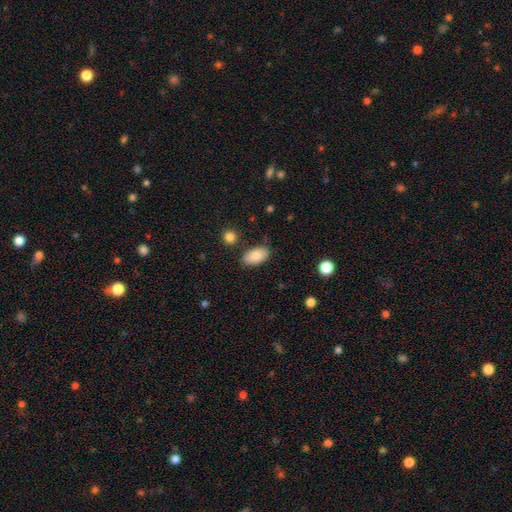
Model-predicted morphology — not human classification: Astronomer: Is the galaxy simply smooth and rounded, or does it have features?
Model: smooth — 88%.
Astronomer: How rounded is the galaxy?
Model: in between — 93%.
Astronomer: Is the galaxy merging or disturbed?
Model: none — 81%.